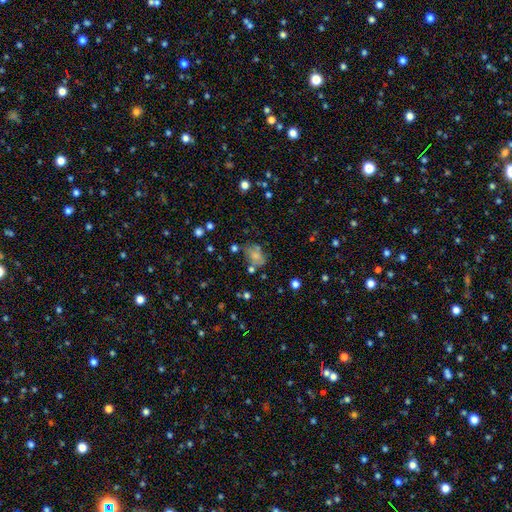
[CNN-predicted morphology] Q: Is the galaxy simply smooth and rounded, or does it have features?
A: smooth — 64%.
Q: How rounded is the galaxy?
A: in between — 70%.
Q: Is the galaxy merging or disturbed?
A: none — 51%.